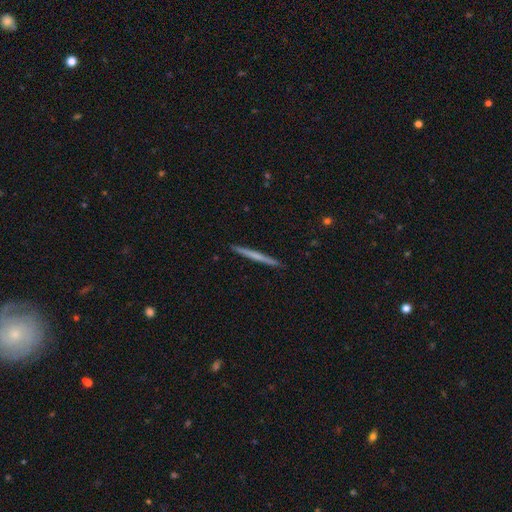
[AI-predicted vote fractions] A featured or disk galaxy (48%). Merging: none (93%).